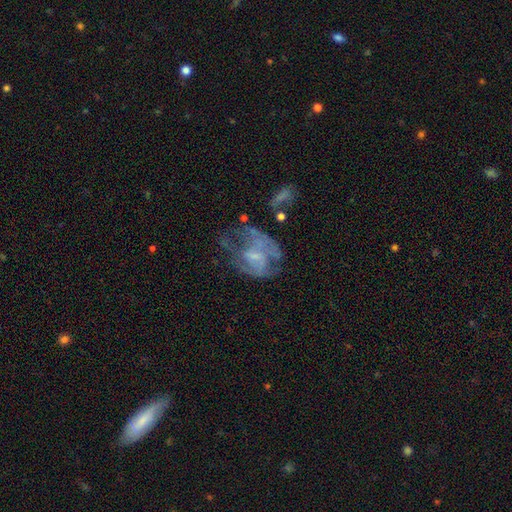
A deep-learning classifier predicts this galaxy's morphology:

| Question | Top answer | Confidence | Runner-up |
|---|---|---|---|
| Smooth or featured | featured or disk | 65% | smooth (23%) |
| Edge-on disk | no | 97% | yes (3%) |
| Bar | no | 59% | weak (34%) |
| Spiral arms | no | 51% | yes (49%) |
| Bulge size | small | 42% | none (32%) |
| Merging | none | 37% | major disturbance (36%) |